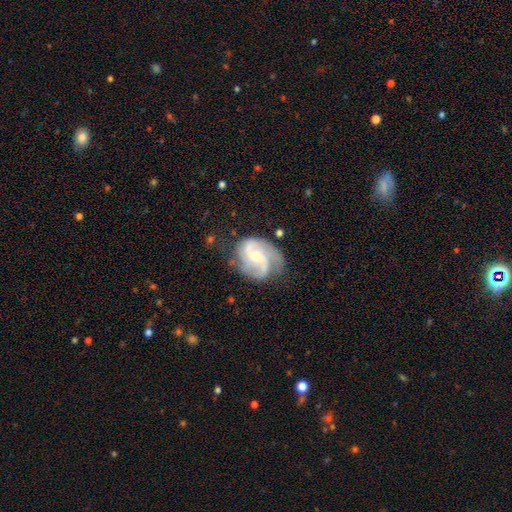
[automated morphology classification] A featured or disk galaxy (85%) with no bar (45%), 2 (58%) medium (49%) spiral arms (96%) and a small central bulge (51%). Merging: none (62%).